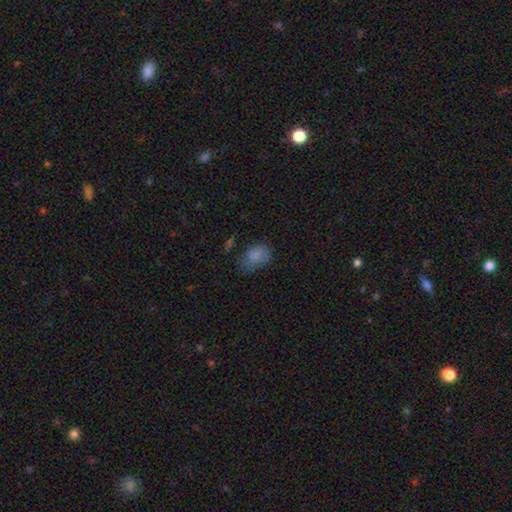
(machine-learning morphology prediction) This is likely a smooth galaxy (79%). How rounded: clearly in between (81%). Merging: possibly none (45%).